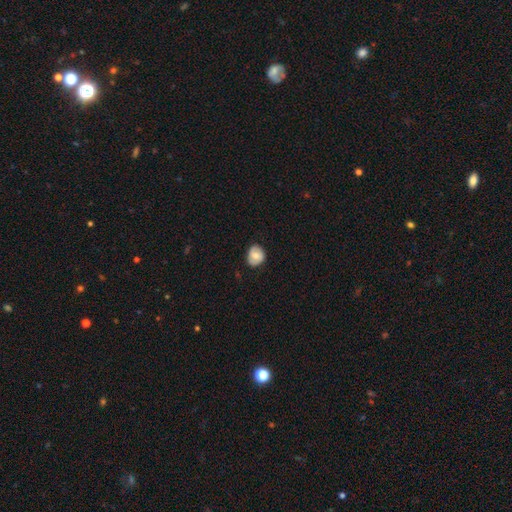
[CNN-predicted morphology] The model was most divided on "how rounded": round: 65%, in between: 35%, cigar-shaped: 1%. More confident: merging — none (75%); smooth or featured — smooth (68%).